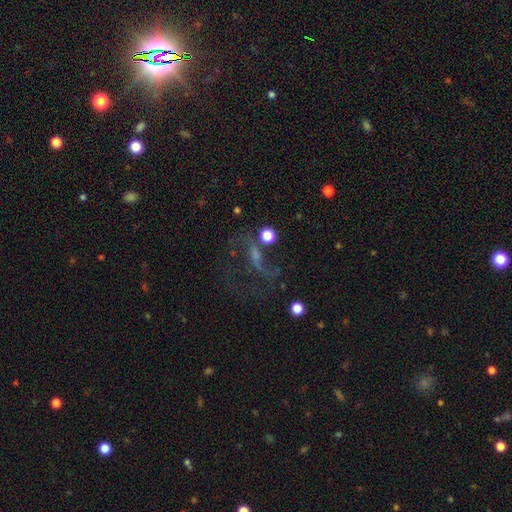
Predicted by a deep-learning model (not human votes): smooth-or-featured: featured or disk: 54% | star or artifact: 24% | smooth: 22%
  disk-edge-on: no: 94% | yes: 6%
    bar: no: 51% | weak: 34% | strong: 15%
    has-spiral-arms: yes: 65% | no: 35%
    bulge-size: small: 43% | none: 31% | moderate: 20% | large: 4% | dominant: 2%
  merging: none: 41% | major disturbance: 35% | minor disturbance: 15% | merger: 9%